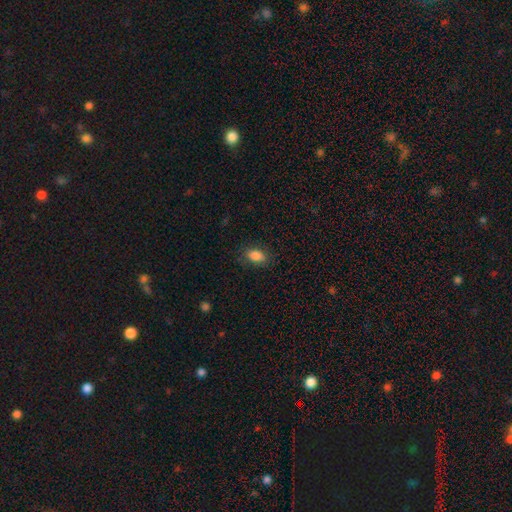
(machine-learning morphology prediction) smooth_or_featured: smooth (p=0.86) [alt: star or artifact p=0.09]
how_rounded: in between (p=0.86) [alt: round p=0.12]
merging: none (p=0.83) [alt: minor disturbance p=0.12]